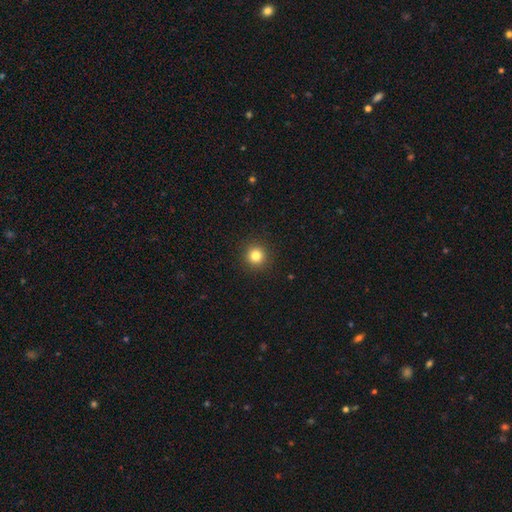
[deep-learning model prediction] Smooth or featured?
  - smooth: 82% *
  - star or artifact: 12%
  - featured or disk: 6%
How rounded?
  - round: 95% *
  - in between: 4%
  - cigar-shaped: 1%
Merging?
  - none: 92% *
  - minor disturbance: 5%
  - major disturbance: 2%
  - merger: 1%